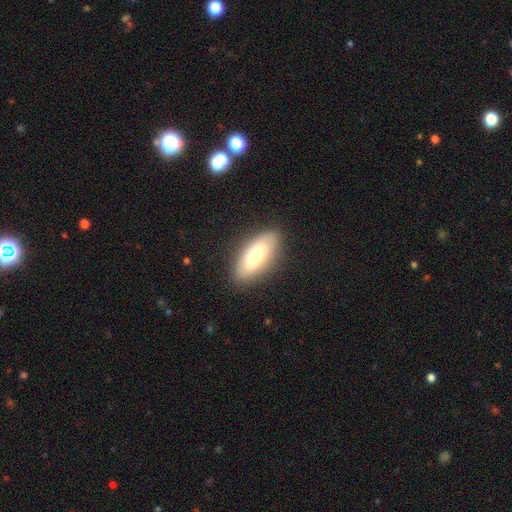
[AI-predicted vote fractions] Smooth or featured? Predicted: smooth (p=0.72). How rounded? Predicted: in between (p=0.80). Merging? Predicted: none (p=0.86).